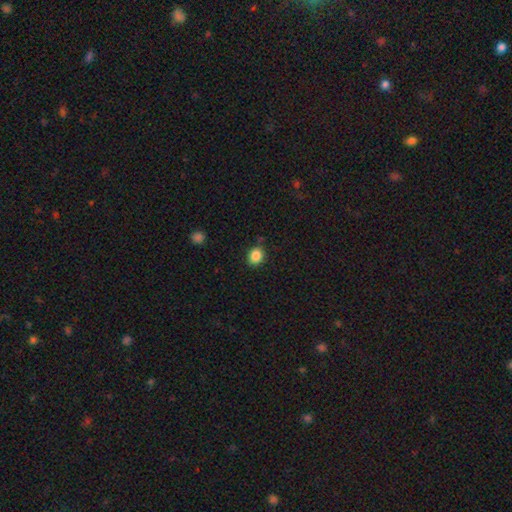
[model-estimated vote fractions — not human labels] The model was most divided on "how rounded": round: 64%, in between: 35%, cigar-shaped: 1%. More confident: smooth or featured — smooth (86%); merging — none (82%).